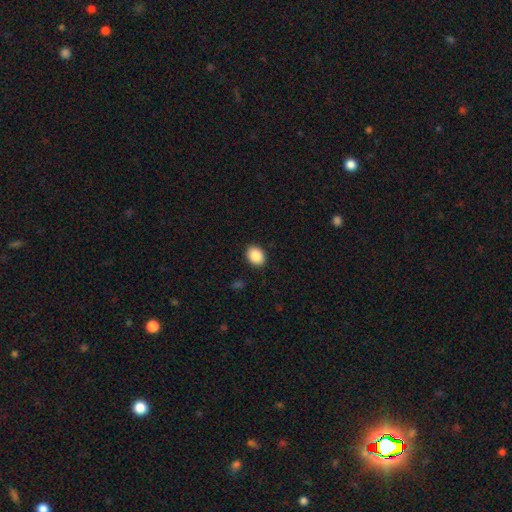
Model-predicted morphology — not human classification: The model was most divided on "how rounded": in between: 65%, round: 34%, cigar-shaped: 1%. More confident: merging — none (90%); smooth or featured — smooth (88%).